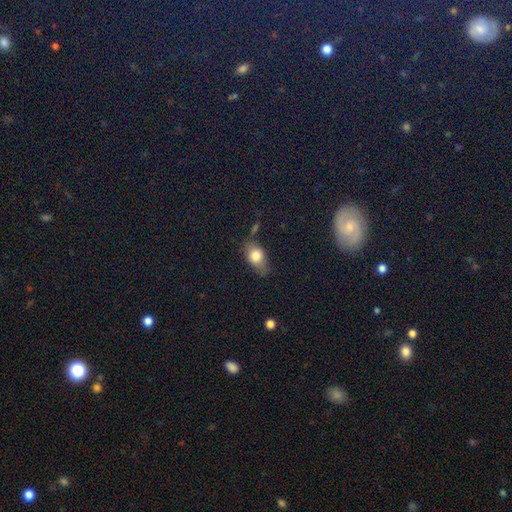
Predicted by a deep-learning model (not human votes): Smooth or featured? Predicted: smooth (p=0.76). How rounded? Predicted: in between (p=0.81). Merging? Predicted: none (p=0.66).